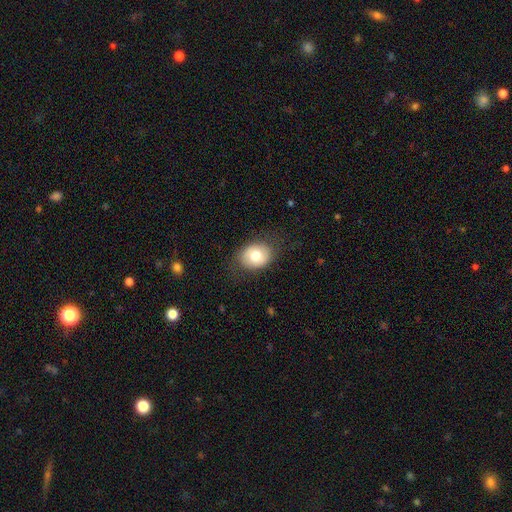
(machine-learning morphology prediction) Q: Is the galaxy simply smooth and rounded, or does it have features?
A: smooth — 72%.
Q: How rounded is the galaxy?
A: in between — 57%.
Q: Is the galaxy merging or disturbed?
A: none — 78%.